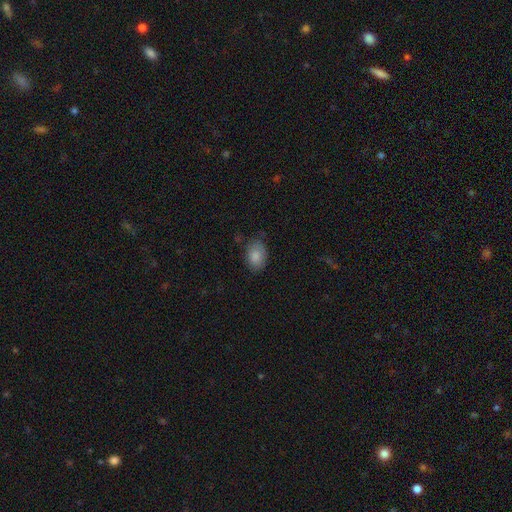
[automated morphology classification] smooth_or_featured: smooth (p=0.85) [alt: featured or disk p=0.08]
how_rounded: in between (p=0.83) [alt: round p=0.16]
merging: none (p=0.74) [alt: minor disturbance p=0.20]